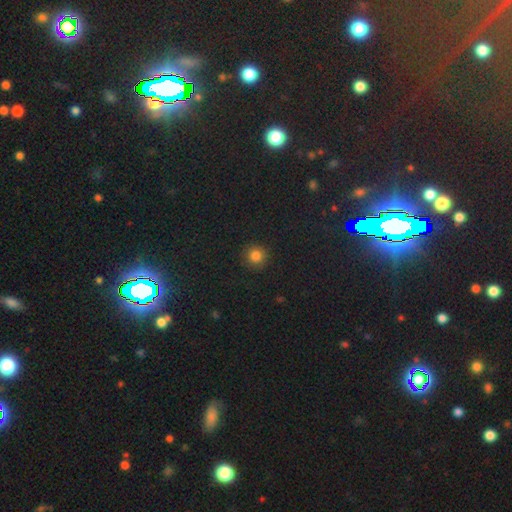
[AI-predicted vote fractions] Overall: smooth (82%). How rounded: round (94%). Merging: none (91%).